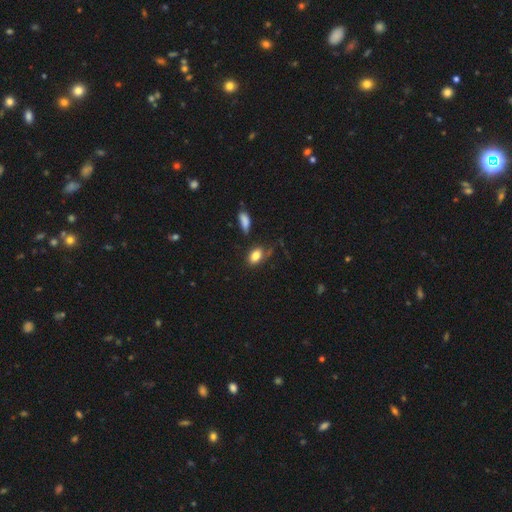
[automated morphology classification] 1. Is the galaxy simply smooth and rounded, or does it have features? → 83% smooth, 9% star or artifact, 8% featured or disk.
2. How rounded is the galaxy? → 85% in between, 12% round, 3% cigar-shaped.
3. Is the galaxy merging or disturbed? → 63% none, 21% minor disturbance, 8% major disturbance, 8% merger.